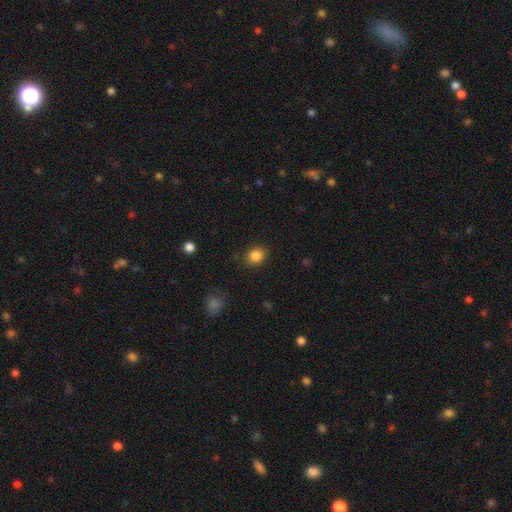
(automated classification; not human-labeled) Smooth or featured?
  - smooth: 85% *
  - star or artifact: 11%
  - featured or disk: 4%
How rounded?
  - round: 72% *
  - in between: 27%
  - cigar-shaped: 1%
Merging?
  - none: 87% *
  - minor disturbance: 9%
  - major disturbance: 3%
  - merger: 1%